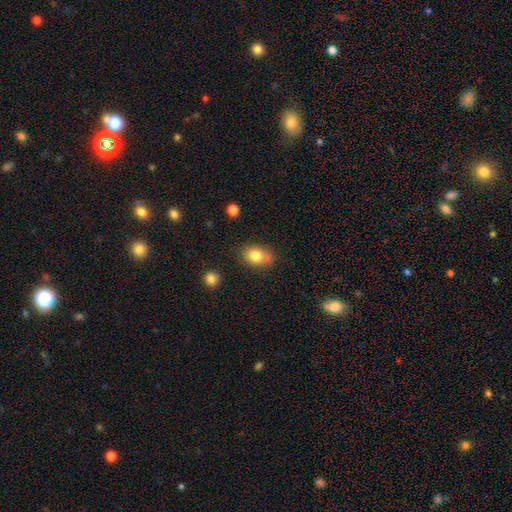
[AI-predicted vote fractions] Smooth or featured? smooth (83%)
How rounded? in between (77%)
Merging? none (69%)